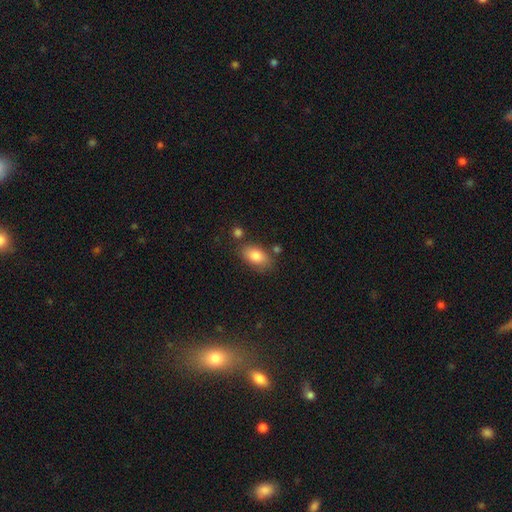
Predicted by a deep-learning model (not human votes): Overall: smooth (83%). How rounded: in between (91%). Merging: none (74%).